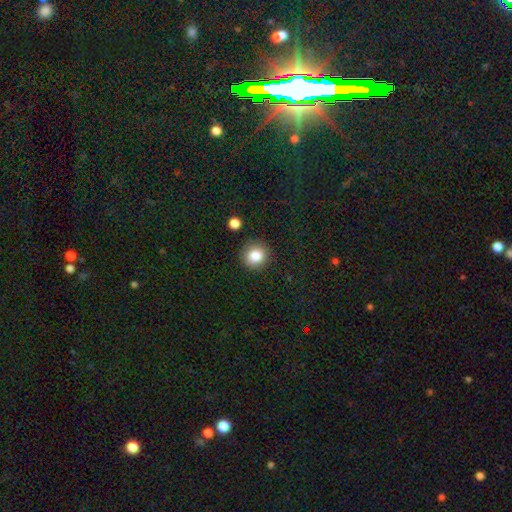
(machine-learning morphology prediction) Overall: smooth (83%). How rounded: round (90%). Merging: none (89%).